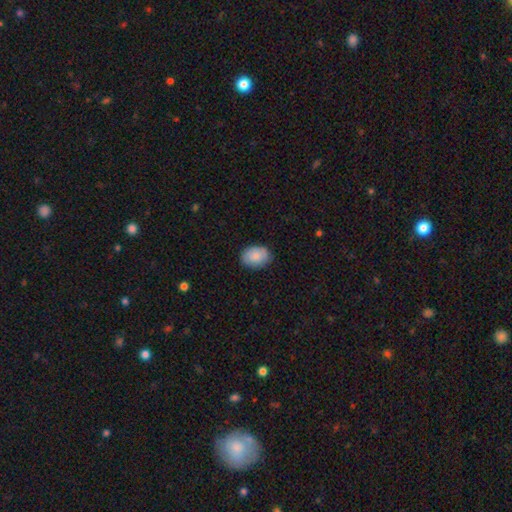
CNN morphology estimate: A smooth galaxy with no disk features (85%) that is in between round and cigar-shaped (74%).

Vote fractions:
- Smooth or featured? smooth: 85% / featured or disk: 8% / star or artifact: 6%
- How rounded? in between: 74% / round: 25% / cigar-shaped: 1%
- Merging? none: 83% / minor disturbance: 14% / major disturbance: 3% / merger: 1%